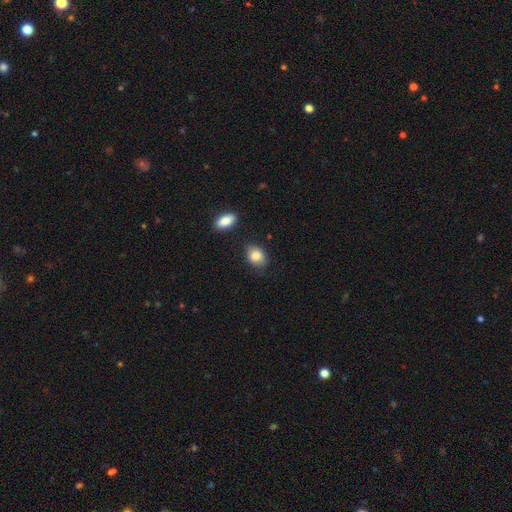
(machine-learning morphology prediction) smooth_or_featured: smooth (p=0.85) [alt: star or artifact p=0.08]
how_rounded: in between (p=0.68) [alt: round p=0.31]
merging: none (p=0.75) [alt: minor disturbance p=0.17]